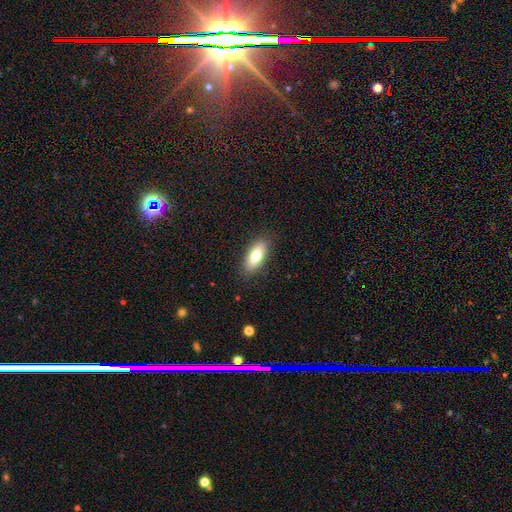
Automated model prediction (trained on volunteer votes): Smooth or featured? Predicted: smooth (p=0.75). How rounded? Predicted: in between (p=0.76). Merging? Predicted: none (p=0.88).